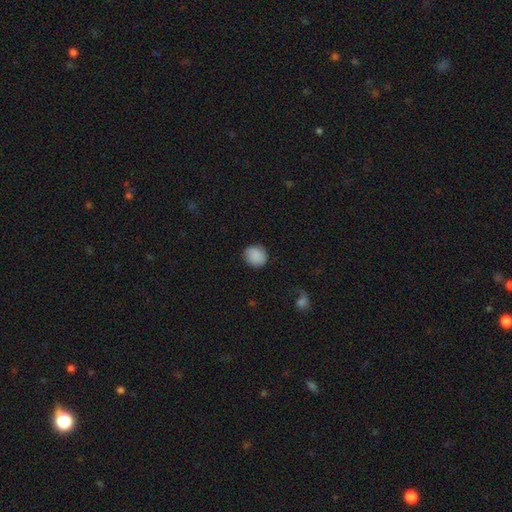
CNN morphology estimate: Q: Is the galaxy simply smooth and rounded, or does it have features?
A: smooth — 87%.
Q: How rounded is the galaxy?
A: round — 83%.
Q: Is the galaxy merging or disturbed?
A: none — 83%.